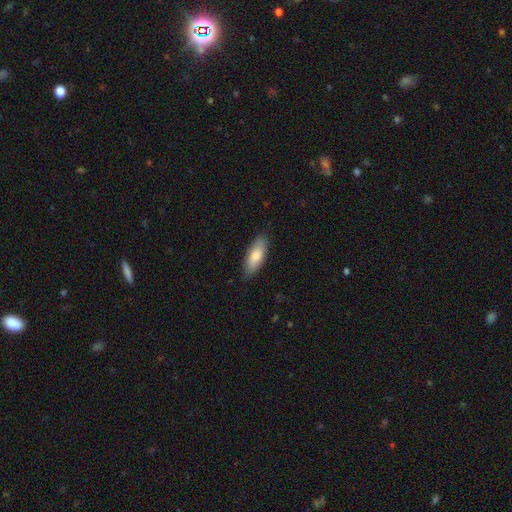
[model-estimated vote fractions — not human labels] Smooth or featured: smooth — 79% (featured or disk — 15%)
How rounded: in between — 74% (cigar-shaped — 24%)
Merging: none — 83% (minor disturbance — 13%)